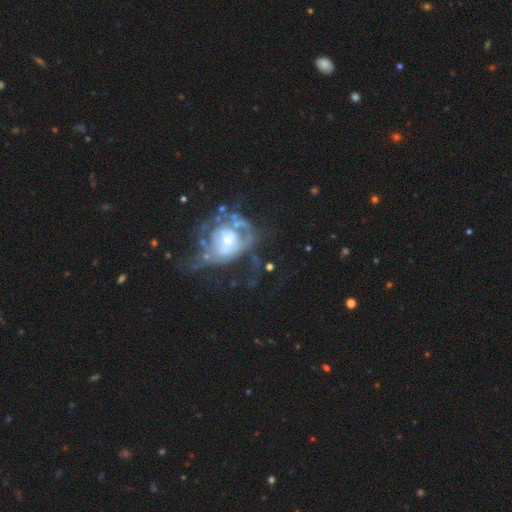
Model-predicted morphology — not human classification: This is likely a featured or disk galaxy (63%). It is clearly not viewed edge-on (93%). Bar: likely no (70%). Spiral arm pattern: likely yes (63%). Central bulge: marginally moderate (43%). Merging: possibly none (49%).